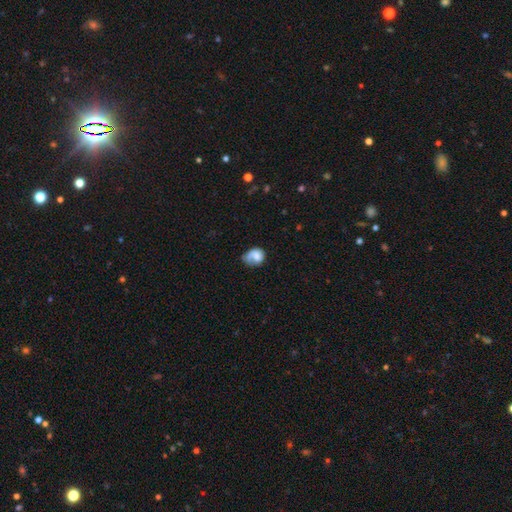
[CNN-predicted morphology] Q: Smooth or featured?
A: smooth (63%); runner-up: featured or disk (29%)
Q: How rounded?
A: round (52%); runner-up: in between (47%)
Q: Merging?
A: none (39%); runner-up: minor disturbance (31%)